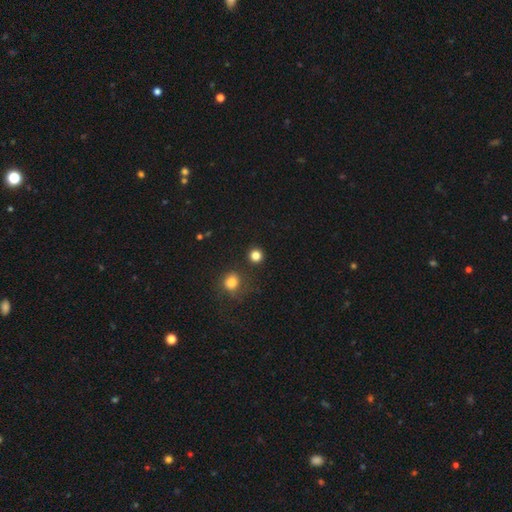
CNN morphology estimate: Smooth or featured?
  - smooth: 82% *
  - star or artifact: 14%
  - featured or disk: 4%
How rounded?
  - round: 93% *
  - in between: 6%
  - cigar-shaped: 1%
Merging?
  - none: 88% *
  - minor disturbance: 6%
  - merger: 4%
  - major disturbance: 2%